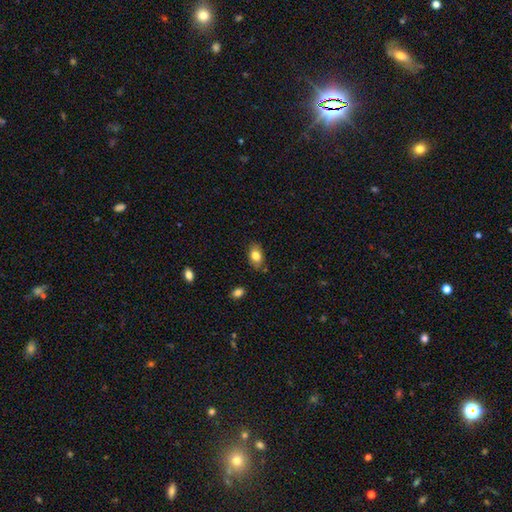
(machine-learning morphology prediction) Smooth or featured? smooth (80%)
How rounded? in between (86%)
Merging? none (82%)